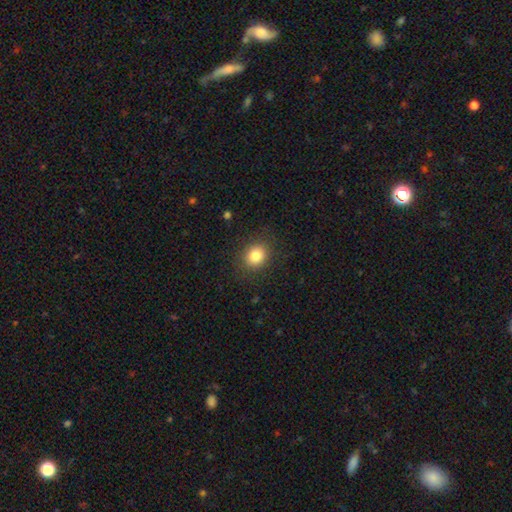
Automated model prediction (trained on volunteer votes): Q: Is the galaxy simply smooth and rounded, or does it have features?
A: smooth — 83%.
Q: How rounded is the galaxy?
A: round — 67%.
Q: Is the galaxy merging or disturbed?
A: none — 87%.